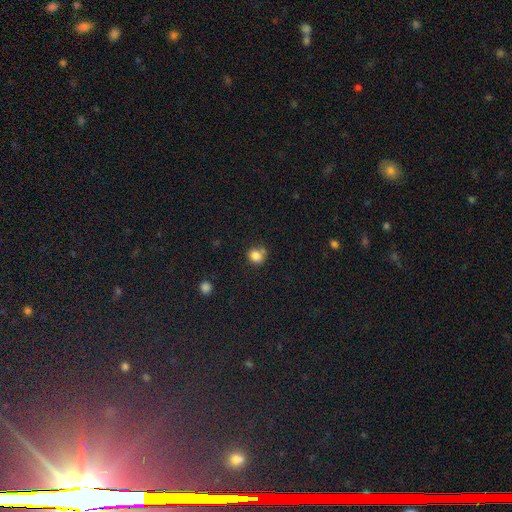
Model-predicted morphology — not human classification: type=smooth (82%); roundness=round (78%); merging=none (59%).